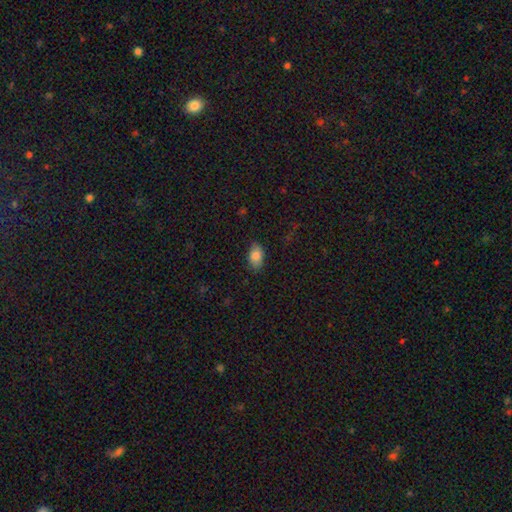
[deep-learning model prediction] Overall: smooth (84%). How rounded: in between (90%). Merging: none (79%).